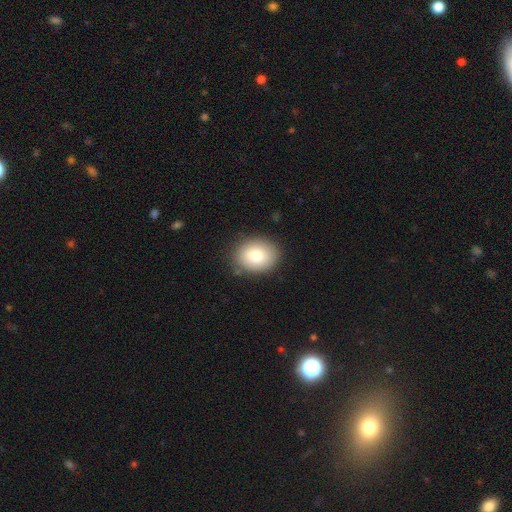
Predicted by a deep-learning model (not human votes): Smooth or featured: smooth — 83% (featured or disk — 9%)
How rounded: in between — 55% (round — 44%)
Merging: none — 86% (minor disturbance — 10%)